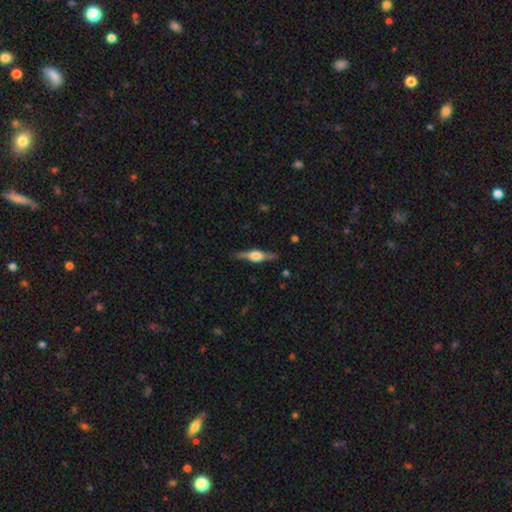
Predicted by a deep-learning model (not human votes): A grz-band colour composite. It shows a featured or disk galaxy (77%) viewed edge-on (98%) with a rounded central bulge (88%). Merging: none (88%).